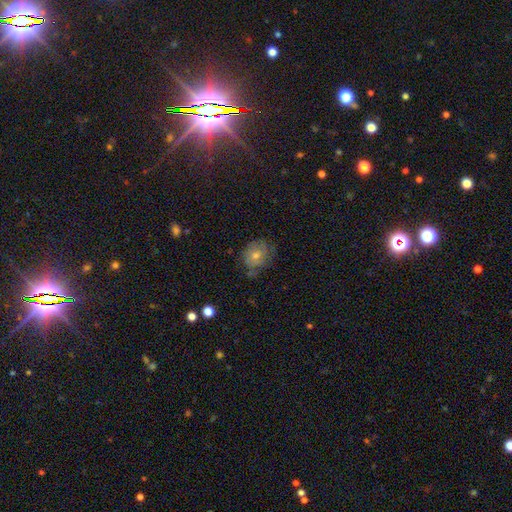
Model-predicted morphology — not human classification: Smooth or featured? Predicted: smooth (p=0.44). Merging? Predicted: none (p=0.69).